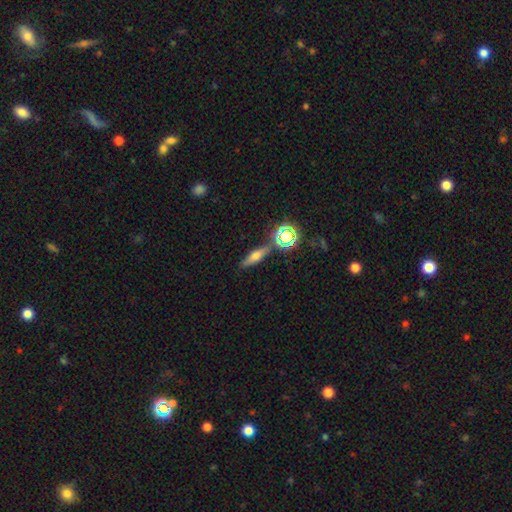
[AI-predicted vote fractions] This is possibly a smooth galaxy (47%). Merging: likely none (79%).